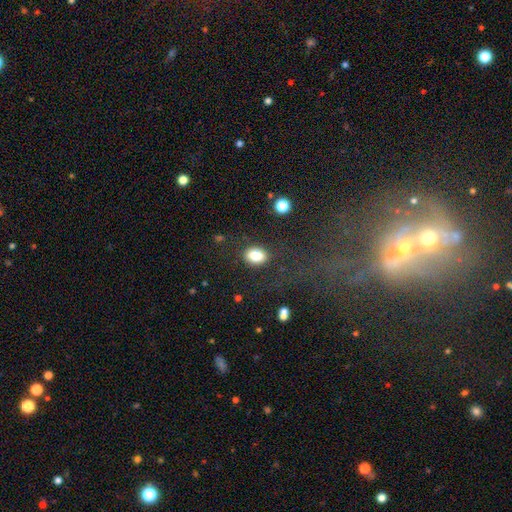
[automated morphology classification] Overall: smooth (83%). How rounded: in between (69%; round 30%). Merging: none (82%).